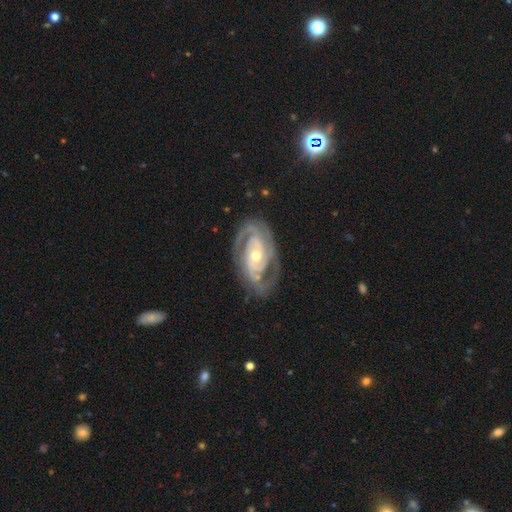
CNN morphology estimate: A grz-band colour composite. It shows a featured or disk galaxy (91%) with no bar (58%), 2 (71%) tight (56%) spiral arms (97%) and a moderate central bulge (60%). Merging: none (76%).